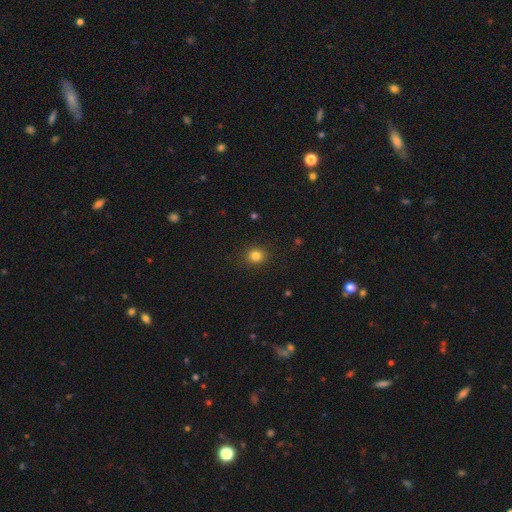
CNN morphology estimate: Overall: smooth (82%). How rounded: round (85%). Merging: none (90%).